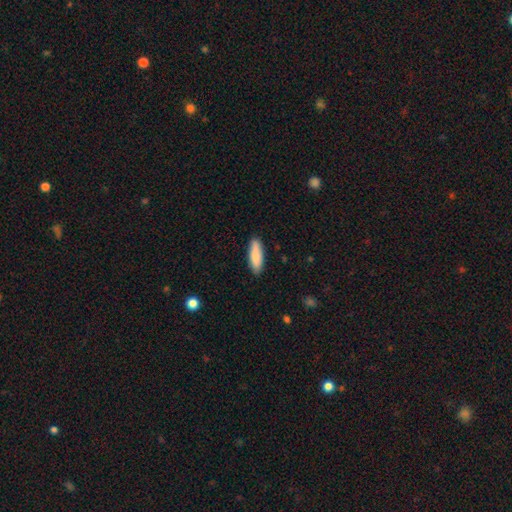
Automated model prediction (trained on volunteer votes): smooth_or_featured: smooth (p=0.86) [alt: featured or disk p=0.08]
how_rounded: in between (p=0.51) [alt: cigar-shaped p=0.47]
merging: none (p=0.88) [alt: minor disturbance p=0.09]